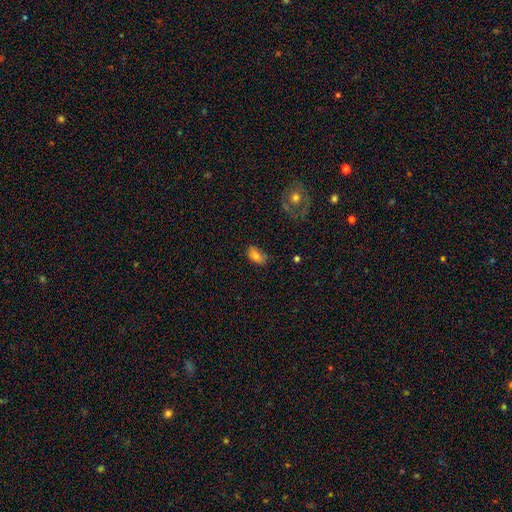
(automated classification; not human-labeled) Smooth or featured: smooth — 78% (featured or disk — 11%)
How rounded: in between — 91% (round — 6%)
Merging: none — 74% (minor disturbance — 20%)